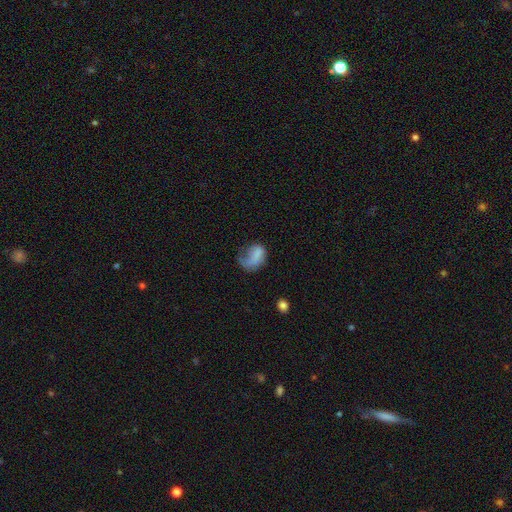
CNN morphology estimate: Overall: smooth (61%; featured or disk 30%). How rounded: in between (71%). Merging: major disturbance (49%; none 25%).